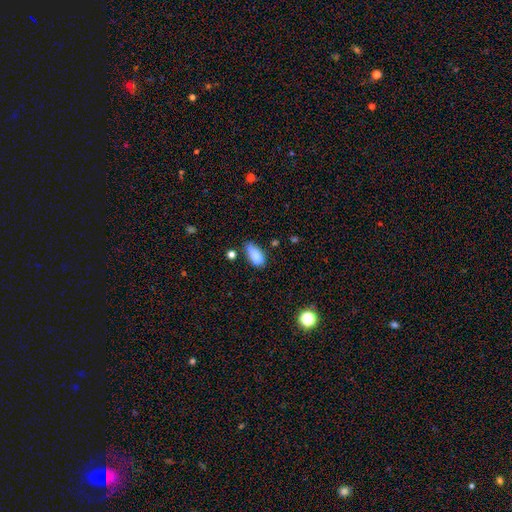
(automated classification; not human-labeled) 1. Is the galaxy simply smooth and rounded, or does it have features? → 85% smooth, 8% star or artifact, 6% featured or disk.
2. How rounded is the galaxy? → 89% in between, 8% cigar-shaped, 3% round.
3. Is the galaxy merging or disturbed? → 60% none, 29% minor disturbance, 6% major disturbance, 5% merger.